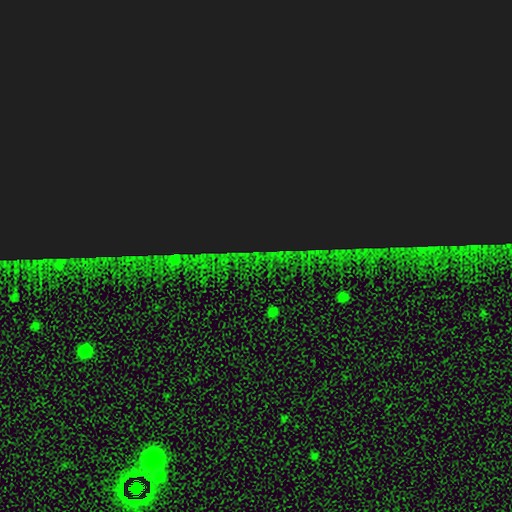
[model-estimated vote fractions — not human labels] The model was most divided on "smooth or featured": star or artifact: 86%, smooth: 7%, featured or disk: 7%.